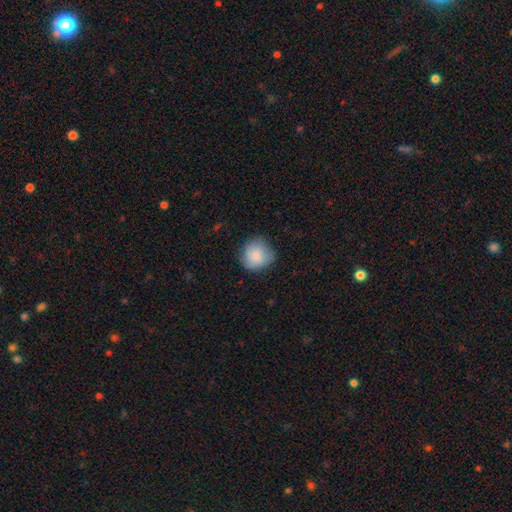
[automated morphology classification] The model was most divided on "merging": none: 70%, minor disturbance: 23%, major disturbance: 5%, merger: 1%. More confident: how rounded — round (86%); smooth or featured — smooth (84%).